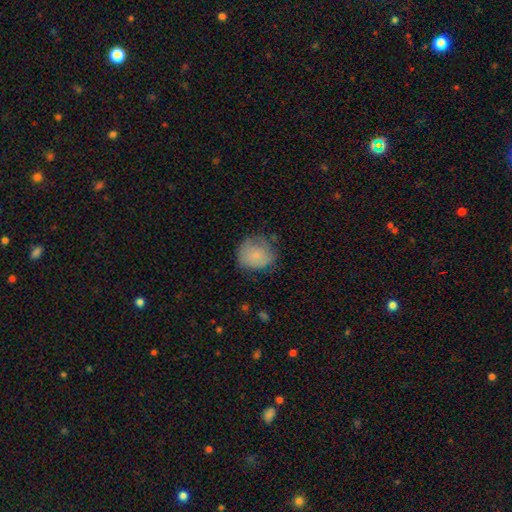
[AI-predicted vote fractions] Smooth or featured: smooth — 79% (featured or disk — 13%)
How rounded: round — 80% (in between — 19%)
Merging: none — 62% (minor disturbance — 28%)